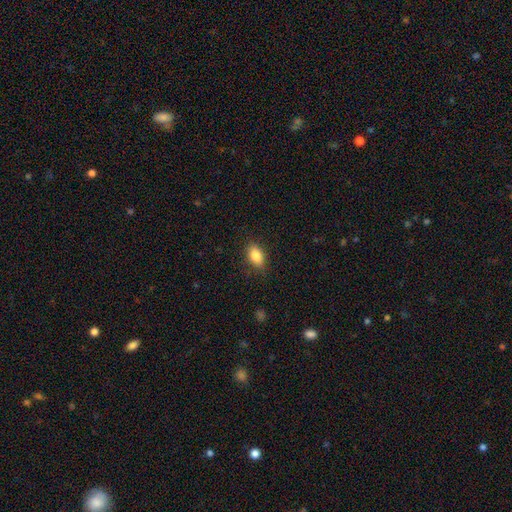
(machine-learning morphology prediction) The model was most divided on "merging": none: 85%, minor disturbance: 12%, major disturbance: 3%, merger: 1%. More confident: how rounded — in between (88%); smooth or featured — smooth (85%).